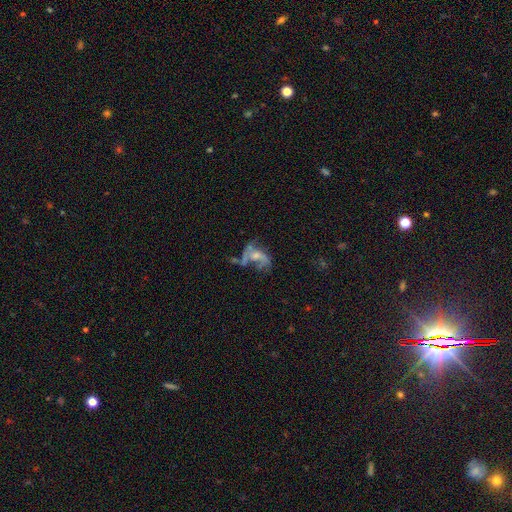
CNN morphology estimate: A featured or disk galaxy (66%) with no bar (71%), spiral arms (59%) and a small central bulge (39%). Merging: major disturbance (41%).